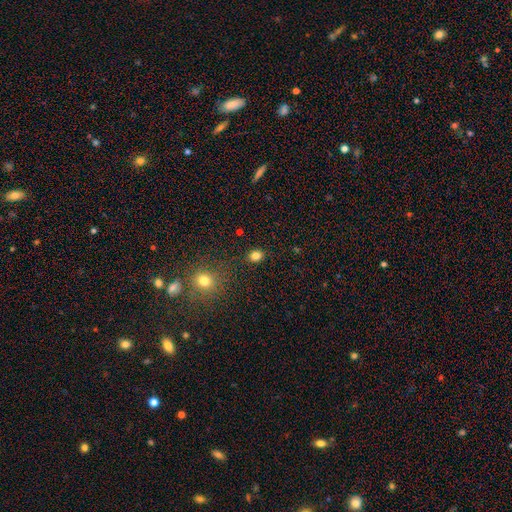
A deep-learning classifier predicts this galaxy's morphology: smooth_or_featured: smooth (p=0.82) [alt: star or artifact p=0.13]
how_rounded: round (p=0.57) [alt: in between p=0.42]
merging: none (p=0.87) [alt: minor disturbance p=0.08]